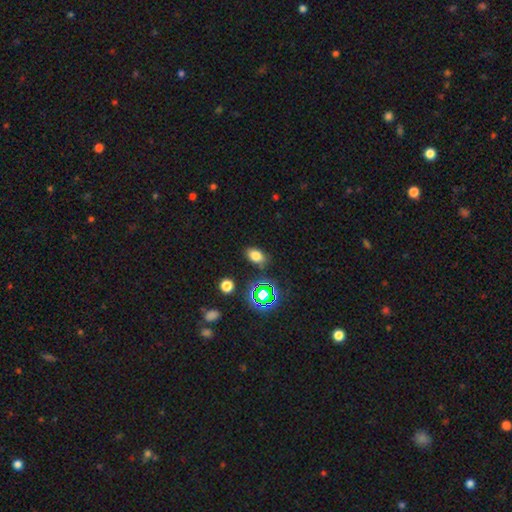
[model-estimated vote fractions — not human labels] The model was most divided on "smooth or featured": smooth: 71%, star or artifact: 21%, featured or disk: 8%. More confident: how rounded — in between (84%); merging — none (83%).